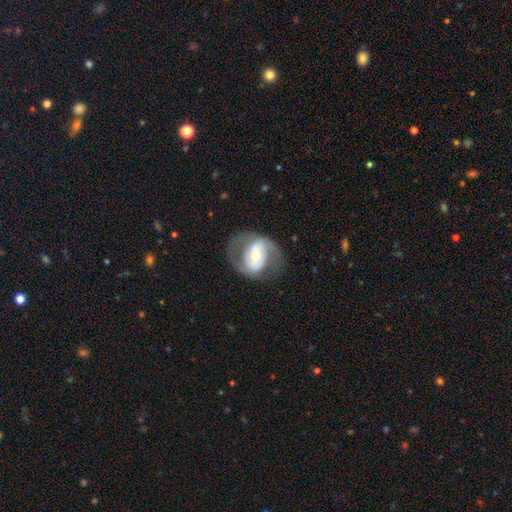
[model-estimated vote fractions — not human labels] Smooth or featured: featured or disk — 73% (smooth — 22%)
Edge-on disk: no — 95% (yes — 5%)
Bar: strong — 40% (weak — 30%)
Spiral arms: yes — 68% (no — 32%)
Bulge size: moderate — 51% (small — 37%)
Merging: none — 67% (major disturbance — 16%)